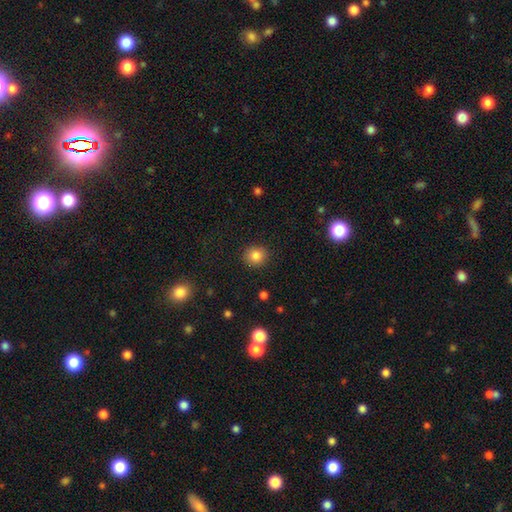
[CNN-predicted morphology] smooth 83%, star or artifact 11%, featured or disk 5%. Down the decision tree: how rounded — round (86%); merging — none (90%).